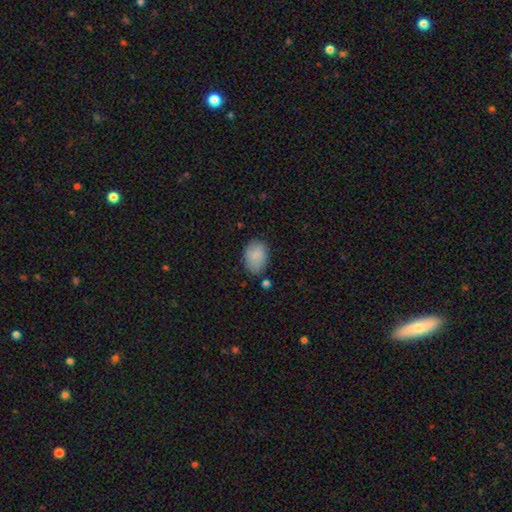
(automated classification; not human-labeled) smooth-or-featured: smooth: 85% | featured or disk: 8% | star or artifact: 7%
  how-rounded: in between: 81% | round: 17% | cigar-shaped: 1%
  merging: none: 74% | minor disturbance: 18% | major disturbance: 4% | merger: 4%